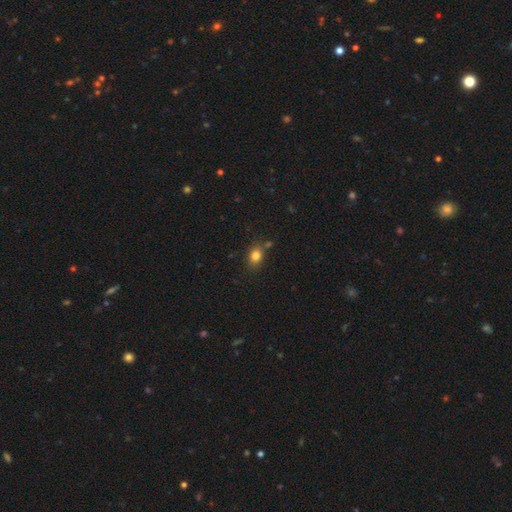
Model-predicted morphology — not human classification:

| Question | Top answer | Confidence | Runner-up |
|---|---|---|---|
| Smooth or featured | smooth | 81% | star or artifact (11%) |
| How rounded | in between | 60% | round (39%) |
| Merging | none | 75% | minor disturbance (14%) |